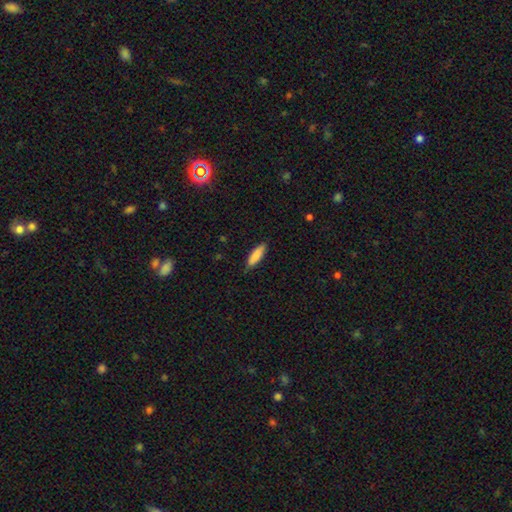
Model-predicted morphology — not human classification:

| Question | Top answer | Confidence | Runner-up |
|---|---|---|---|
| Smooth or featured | smooth | 86% | featured or disk (8%) |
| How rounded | cigar-shaped | 58% | in between (40%) |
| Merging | none | 83% | minor disturbance (13%) |